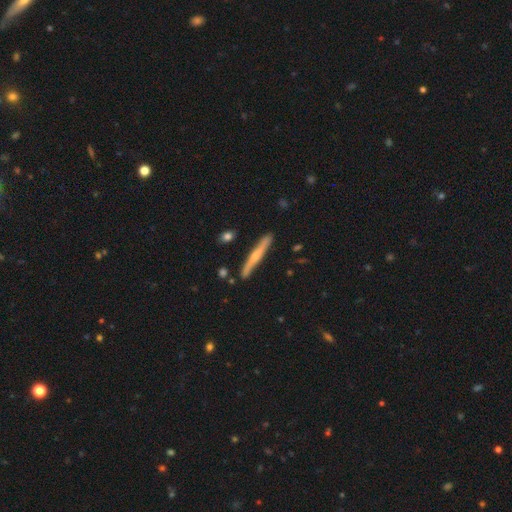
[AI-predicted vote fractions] The model was most divided on "smooth or featured": featured or disk: 58%, smooth: 37%, star or artifact: 5%. More confident: edge-on disk — yes (95%); merging — none (85%); edge-on bulge — rounded (68%).